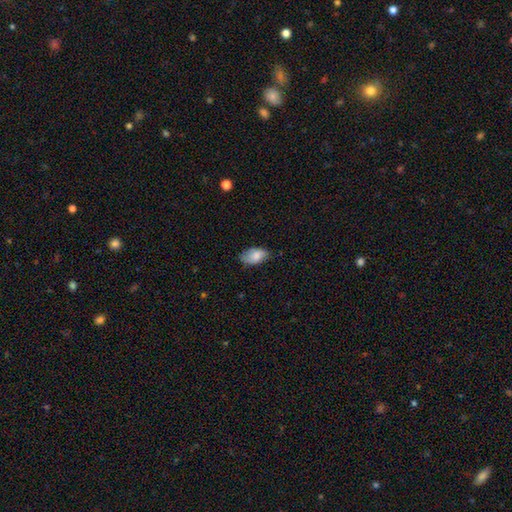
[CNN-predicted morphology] Smooth or featured? smooth (79%)
How rounded? in between (93%)
Merging? none (66%)